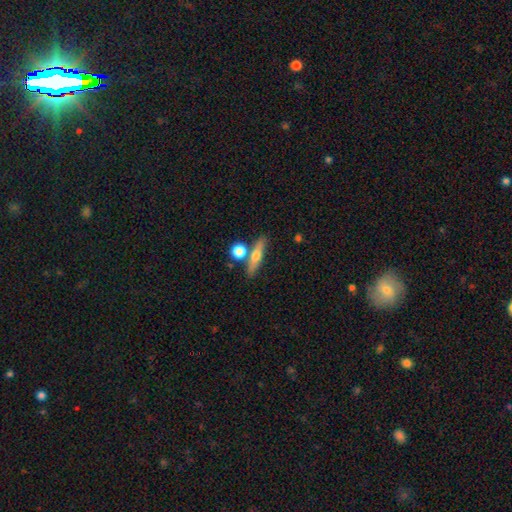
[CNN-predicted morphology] A smooth galaxy with no disk features (51%) that is cigar-shaped (68%). Merging: none (70%).